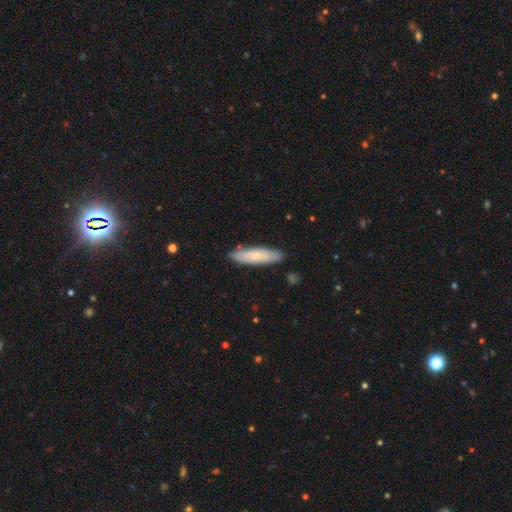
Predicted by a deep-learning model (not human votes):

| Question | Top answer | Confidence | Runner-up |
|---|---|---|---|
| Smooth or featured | smooth | 62% | featured or disk (32%) |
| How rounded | cigar-shaped | 67% | in between (31%) |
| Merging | none | 85% | minor disturbance (12%) |